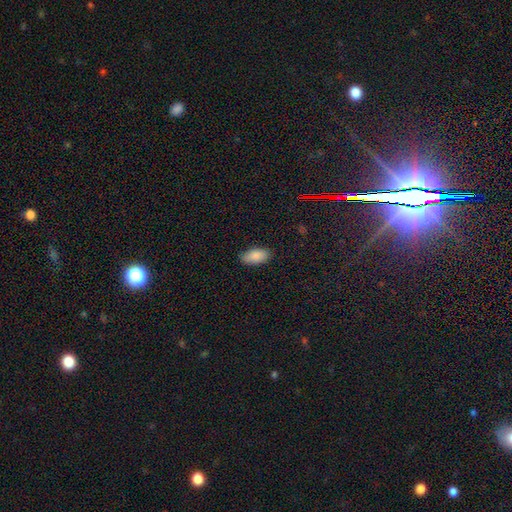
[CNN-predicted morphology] smooth 88%, star or artifact 7%, featured or disk 5%. Down the decision tree: how rounded — in between (93%); merging — none (86%).